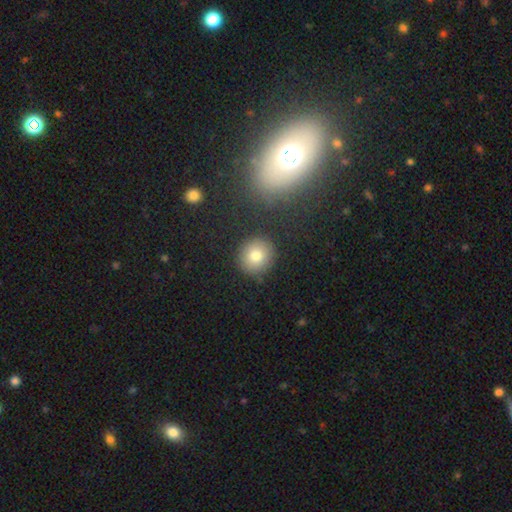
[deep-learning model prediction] Overall: smooth (79%). How rounded: round (89%). Merging: none (87%).